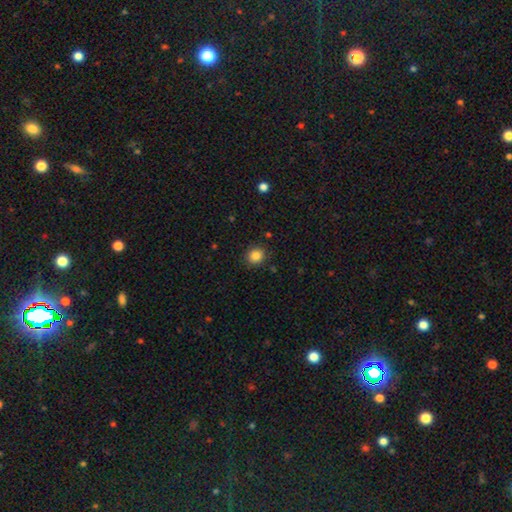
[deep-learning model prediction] smooth-or-featured: smooth: 85% | star or artifact: 11% | featured or disk: 5%
  how-rounded: round: 87% | in between: 12% | cigar-shaped: 1%
  merging: none: 89% | minor disturbance: 8% | major disturbance: 2% | merger: 1%